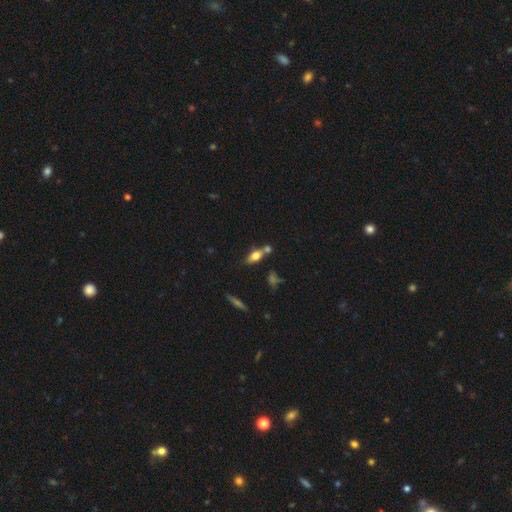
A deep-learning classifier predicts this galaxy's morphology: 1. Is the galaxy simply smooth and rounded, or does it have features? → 64% smooth, 26% featured or disk, 10% star or artifact.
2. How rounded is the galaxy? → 69% in between, 23% cigar-shaped, 7% round.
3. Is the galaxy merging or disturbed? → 51% none, 30% merger, 14% minor disturbance, 5% major disturbance.